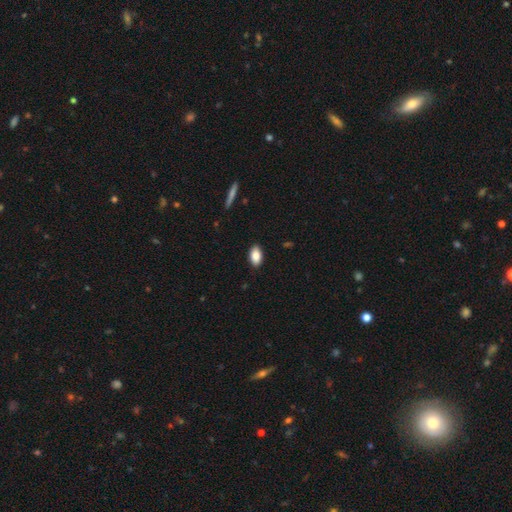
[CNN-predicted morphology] type=smooth (86%); roundness=in between (93%); merging=none (89%).